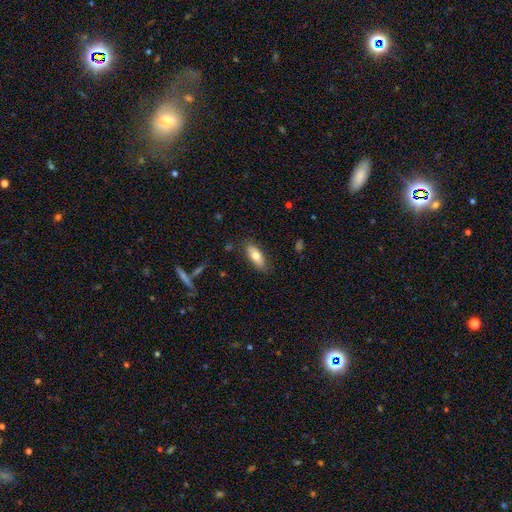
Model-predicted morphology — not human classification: Smooth or featured? Predicted: smooth (p=0.75). How rounded? Predicted: in between (p=0.75). Merging? Predicted: none (p=0.82).